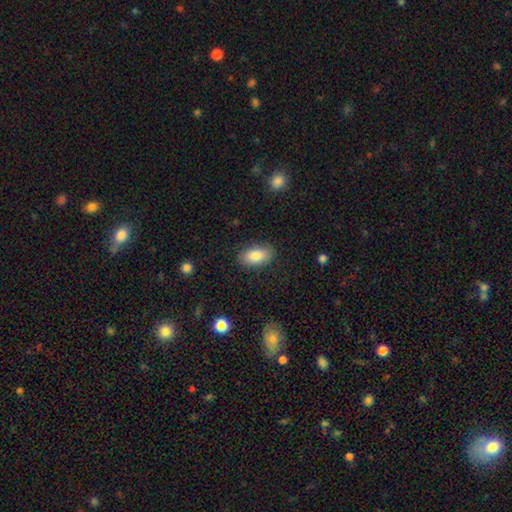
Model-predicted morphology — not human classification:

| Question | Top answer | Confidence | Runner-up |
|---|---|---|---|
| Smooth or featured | smooth | 85% | featured or disk (9%) |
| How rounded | in between | 93% | round (5%) |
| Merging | none | 87% | minor disturbance (10%) |